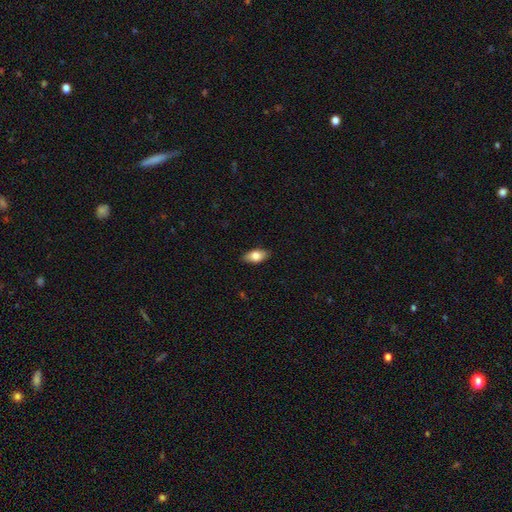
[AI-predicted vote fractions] smooth-or-featured: smooth: 77% | featured or disk: 16% | star or artifact: 7%
  how-rounded: in between: 88% | cigar-shaped: 8% | round: 4%
  merging: none: 87% | minor disturbance: 10% | major disturbance: 2% | merger: 1%